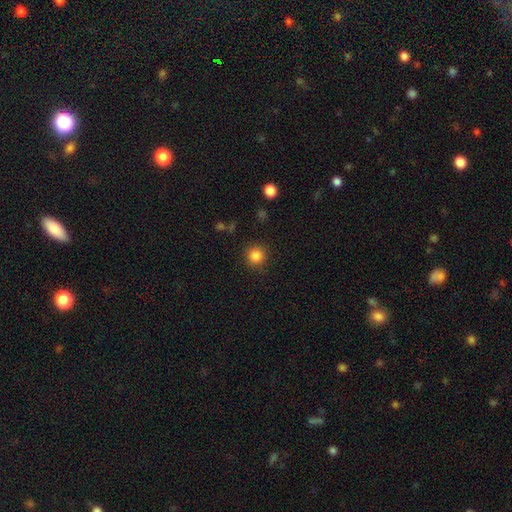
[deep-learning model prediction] smooth 85%, star or artifact 11%, featured or disk 4%. Down the decision tree: how rounded — round (94%); merging — none (89%).